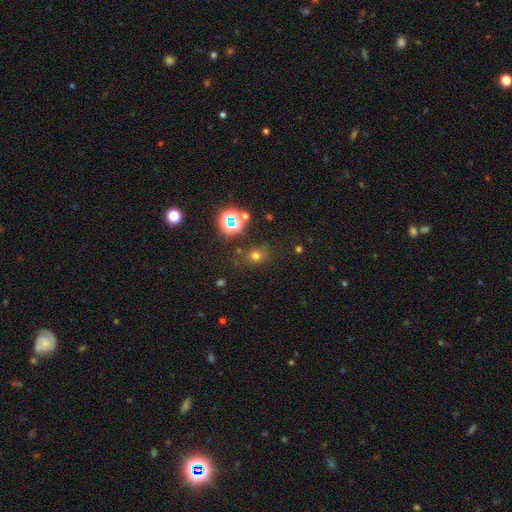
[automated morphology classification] type=smooth (63%); roundness=round (72%); merging=none (74%).